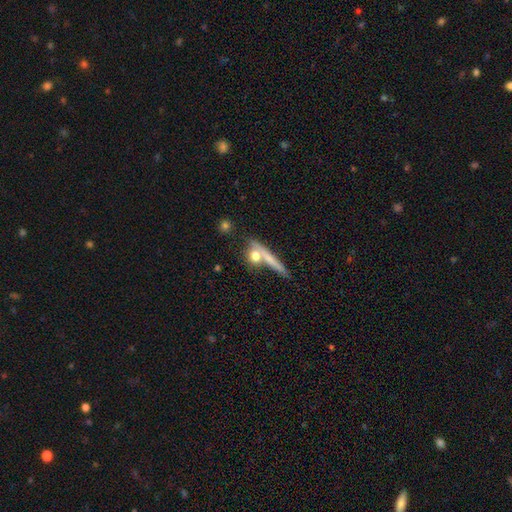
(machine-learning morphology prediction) Q: Smooth or featured?
A: smooth (52%); runner-up: featured or disk (35%)
Q: How rounded?
A: cigar-shaped (43%); runner-up: round (37%)
Q: Merging?
A: none (54%); runner-up: merger (26%)